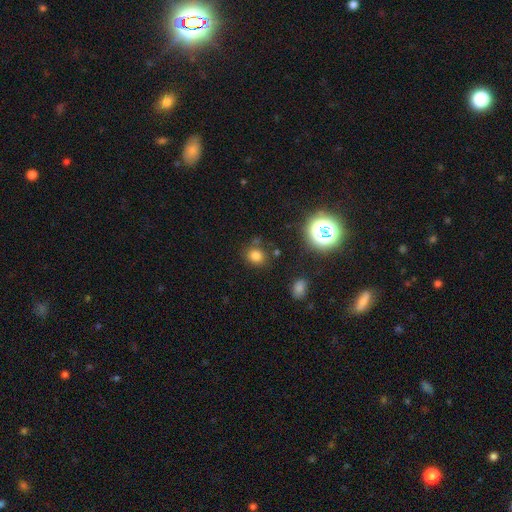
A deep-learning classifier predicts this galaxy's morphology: This is likely a smooth galaxy (74%). How rounded: likely round (74%). Merging: likely none (78%).